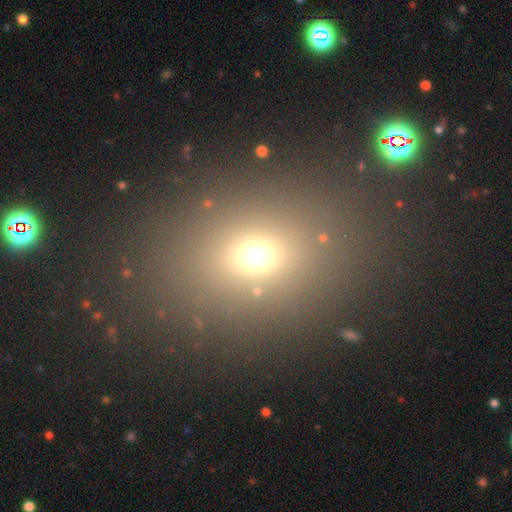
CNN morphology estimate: smooth_or_featured: smooth (p=0.65) [alt: star or artifact p=0.24]
how_rounded: in between (p=0.51) [alt: round p=0.47]
merging: none (p=0.83) [alt: minor disturbance p=0.08]